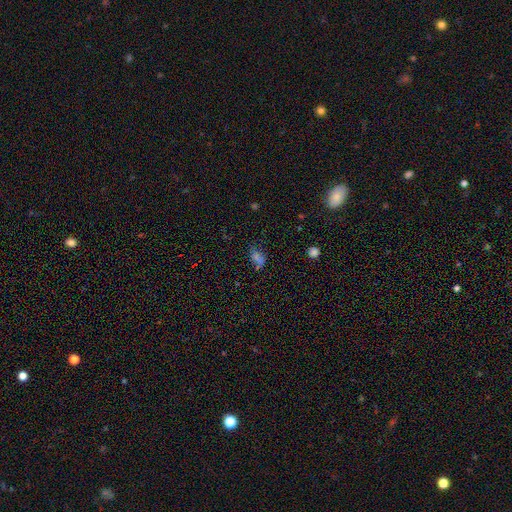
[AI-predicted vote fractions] smooth_or_featured: smooth (p=0.52) [alt: star or artifact p=0.33]
how_rounded: in between (p=0.74) [alt: round p=0.16]
merging: none (p=0.54) [alt: minor disturbance p=0.21]